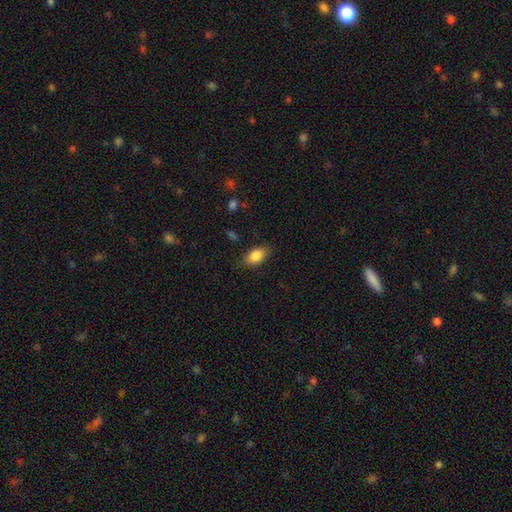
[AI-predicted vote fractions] smooth_or_featured: smooth (p=0.84) [alt: star or artifact p=0.08]
how_rounded: in between (p=0.87) [alt: round p=0.10]
merging: none (p=0.80) [alt: minor disturbance p=0.15]